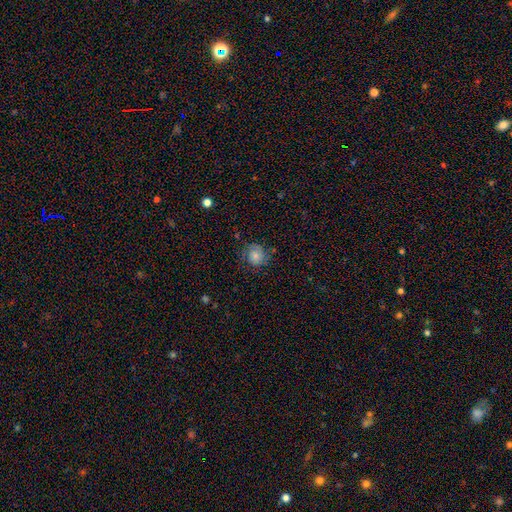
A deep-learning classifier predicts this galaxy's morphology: smooth 70%, featured or disk 21%, star or artifact 10%. Down the decision tree: how rounded — round (82%); merging — none (70%).